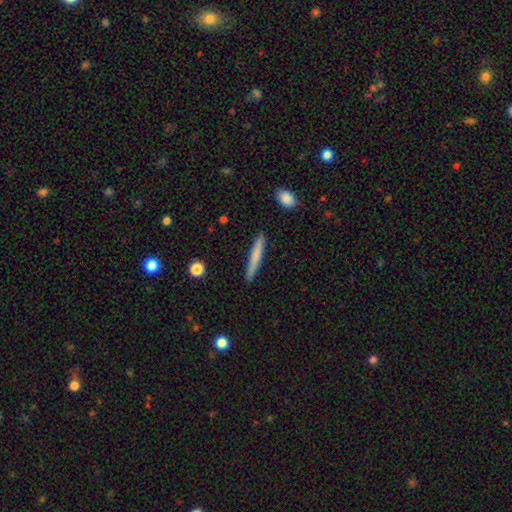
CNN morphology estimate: smooth_or_featured: smooth (p=0.69) [alt: featured or disk p=0.25]
how_rounded: cigar-shaped (p=0.96) [alt: in between p=0.03]
merging: none (p=0.88) [alt: minor disturbance p=0.09]